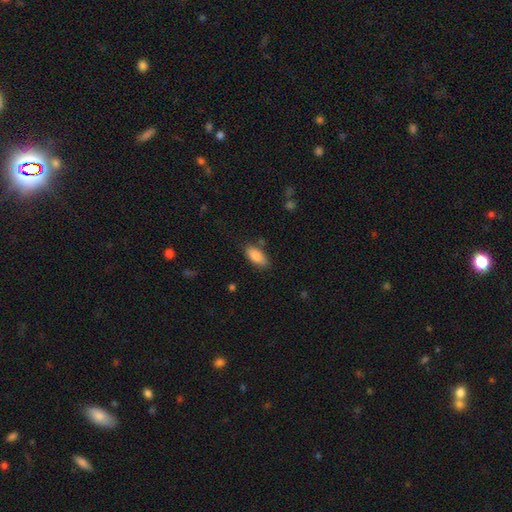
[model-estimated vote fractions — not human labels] The model was most divided on "merging": none: 79%, minor disturbance: 14%, major disturbance: 3%, merger: 3%. More confident: how rounded — in between (87%); smooth or featured — smooth (85%).